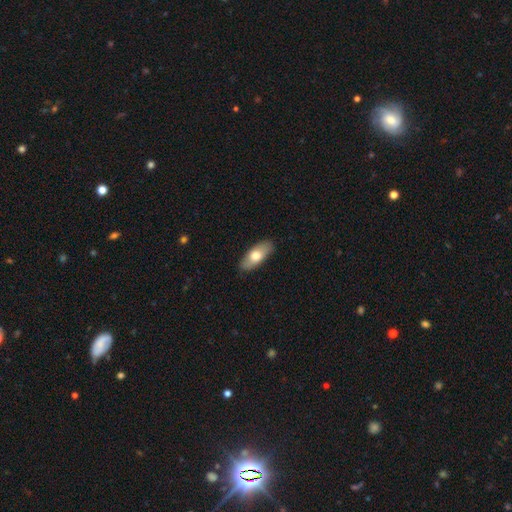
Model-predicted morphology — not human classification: smooth 71%, featured or disk 23%, star or artifact 6%. Down the decision tree: how rounded — in between (82%); merging — none (88%).